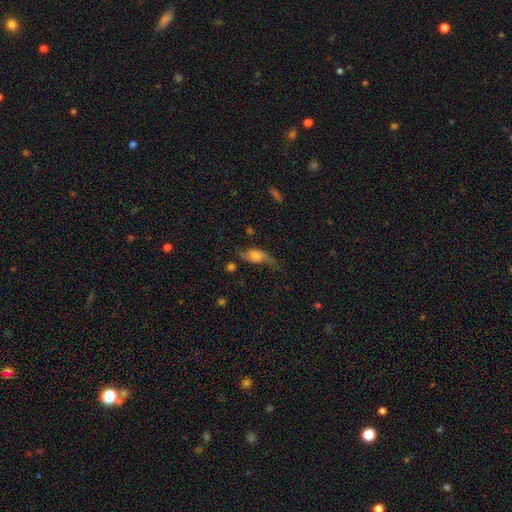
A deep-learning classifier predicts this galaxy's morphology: Smooth or featured? Predicted: featured or disk (p=0.48). Merging? Predicted: none (p=0.46).